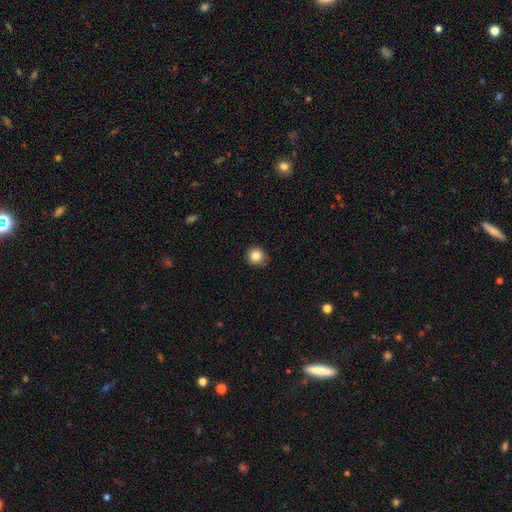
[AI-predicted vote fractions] Overall: smooth (84%). How rounded: round (89%). Merging: none (85%).